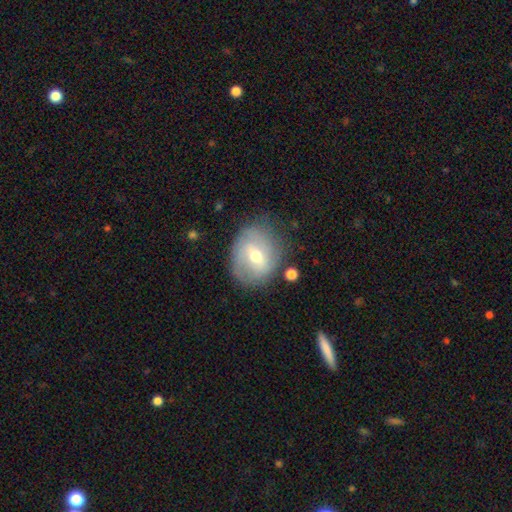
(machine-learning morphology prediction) smooth-or-featured: featured or disk: 48% | smooth: 43% | star or artifact: 9%
  merging: none: 69% | minor disturbance: 21% | major disturbance: 7% | merger: 3%